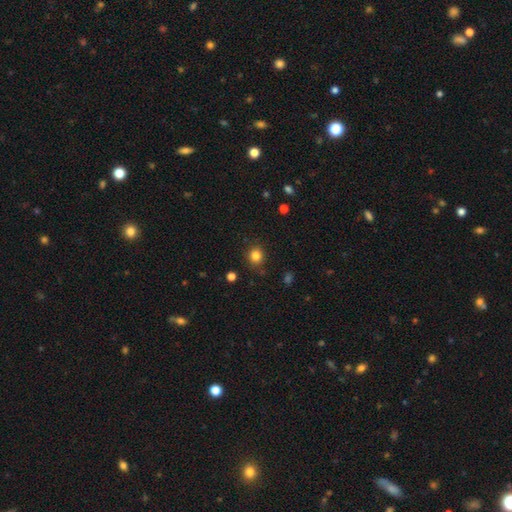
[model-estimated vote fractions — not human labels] smooth 83%, star or artifact 12%, featured or disk 5%. Down the decision tree: how rounded — round (86%); merging — none (86%).